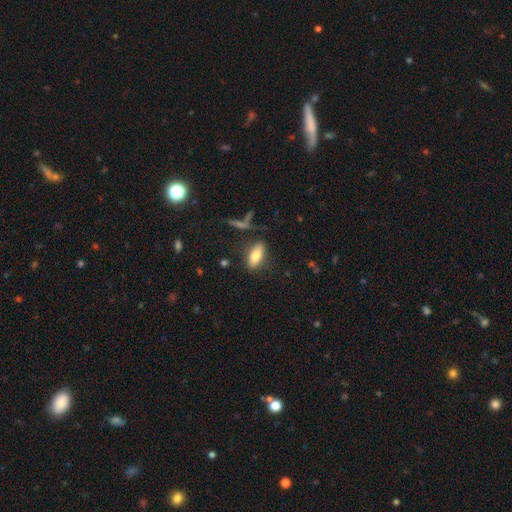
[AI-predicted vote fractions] Smooth or featured: smooth — 75% (featured or disk — 17%)
How rounded: in between — 80% (cigar-shaped — 17%)
Merging: none — 80% (minor disturbance — 12%)